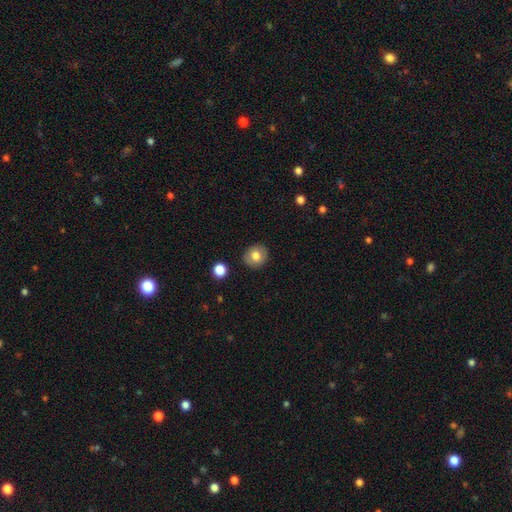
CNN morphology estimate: smooth_or_featured: smooth (p=0.77) [alt: featured or disk p=0.14]
how_rounded: round (p=0.82) [alt: in between p=0.17]
merging: none (p=0.88) [alt: minor disturbance p=0.08]